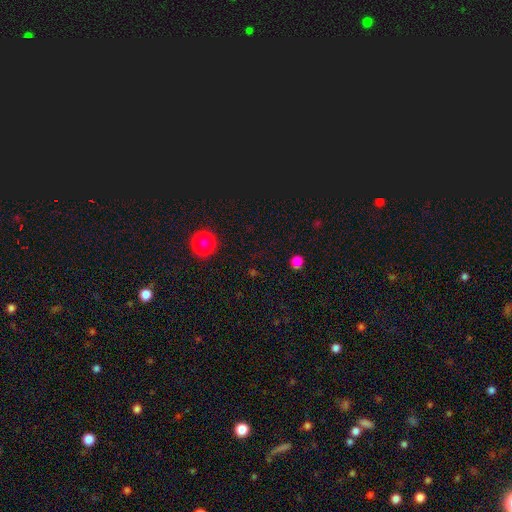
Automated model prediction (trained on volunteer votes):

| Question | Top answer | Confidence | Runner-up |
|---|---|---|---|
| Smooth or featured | smooth | 51% | star or artifact (42%) |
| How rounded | round | 87% | in between (11%) |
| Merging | none | 81% | minor disturbance (9%) |